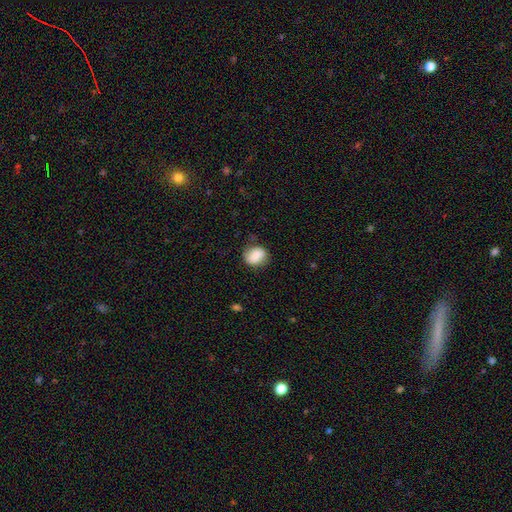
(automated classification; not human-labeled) A smooth galaxy with no disk features (79%) that is round (58%).

Vote fractions:
- Smooth or featured? smooth: 79% / featured or disk: 13% / star or artifact: 8%
- How rounded? round: 58% / in between: 41% / cigar-shaped: 1%
- Merging? none: 71% / minor disturbance: 21% / major disturbance: 6% / merger: 2%